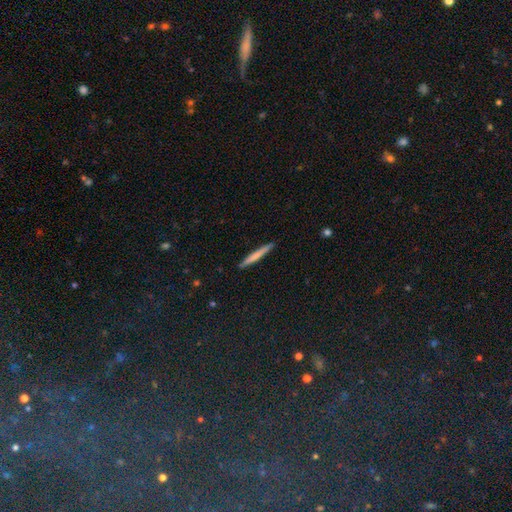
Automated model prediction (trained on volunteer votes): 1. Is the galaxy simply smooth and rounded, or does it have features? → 68% smooth, 27% featured or disk, 6% star or artifact.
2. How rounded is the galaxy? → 96% cigar-shaped, 2% in between, 1% round.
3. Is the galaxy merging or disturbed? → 90% none, 7% minor disturbance, 1% major disturbance, 1% merger.